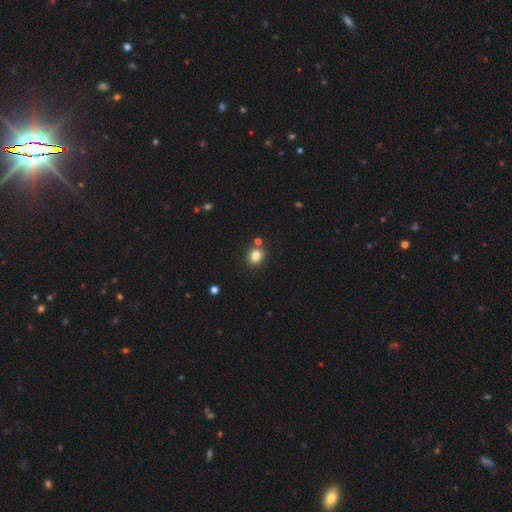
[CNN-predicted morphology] smooth-or-featured: smooth: 81% | star or artifact: 13% | featured or disk: 6%
  how-rounded: round: 80% | in between: 19% | cigar-shaped: 1%
  merging: none: 81% | merger: 8% | minor disturbance: 8% | major disturbance: 2%